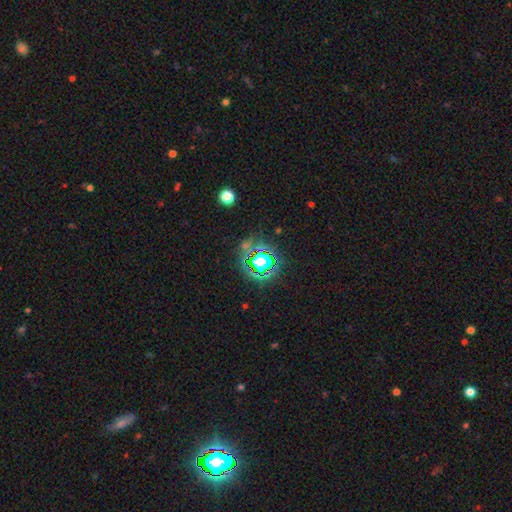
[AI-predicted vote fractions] Smooth or featured? star or artifact (79%)